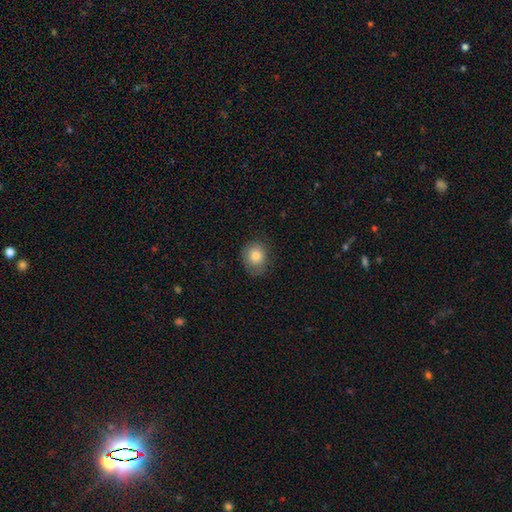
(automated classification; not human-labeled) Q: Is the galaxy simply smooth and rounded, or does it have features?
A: smooth — 82%.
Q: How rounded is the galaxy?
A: round — 66%.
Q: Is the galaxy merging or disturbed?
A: none — 73%.